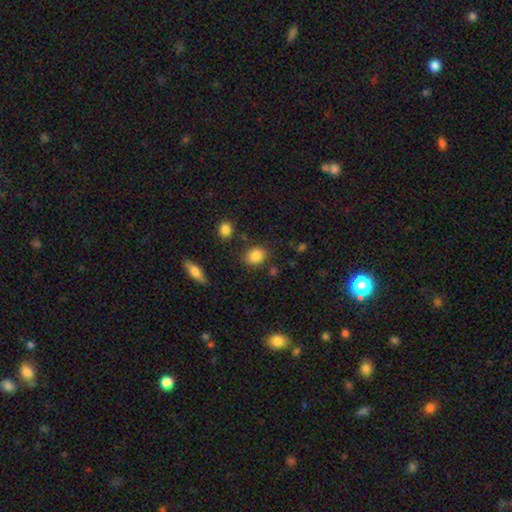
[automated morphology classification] smooth_or_featured: smooth (p=0.86) [alt: star or artifact p=0.09]
how_rounded: in between (p=0.55) [alt: round p=0.43]
merging: none (p=0.80) [alt: minor disturbance p=0.12]